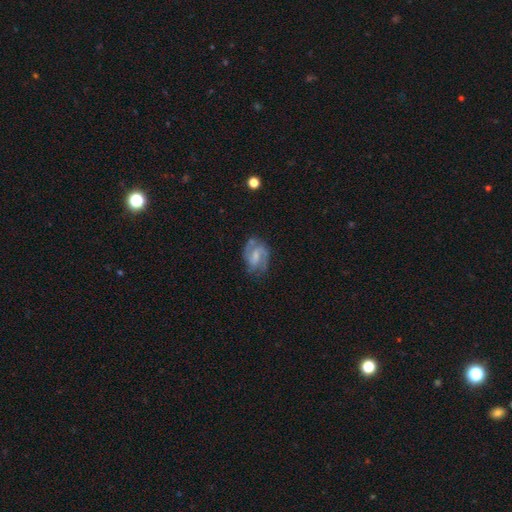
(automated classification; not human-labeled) smooth-or-featured: featured or disk: 78% | smooth: 15% | star or artifact: 6%
  disk-edge-on: no: 98% | yes: 2%
    bar: weak: 55% | no: 24% | strong: 21%
    has-spiral-arms: yes: 93% | no: 7%
      spiral-winding: medium: 52% | tight: 26% | loose: 22%
      spiral-arm-count: 2: 76% | can't tell: 10% | 3: 7% | 1: 4% | 4: 2% | more than 4: 2%
    bulge-size: small: 40% | moderate: 30% | none: 25% | large: 4% | dominant: 1%
  merging: none: 64% | minor disturbance: 22% | major disturbance: 11% | merger: 3%